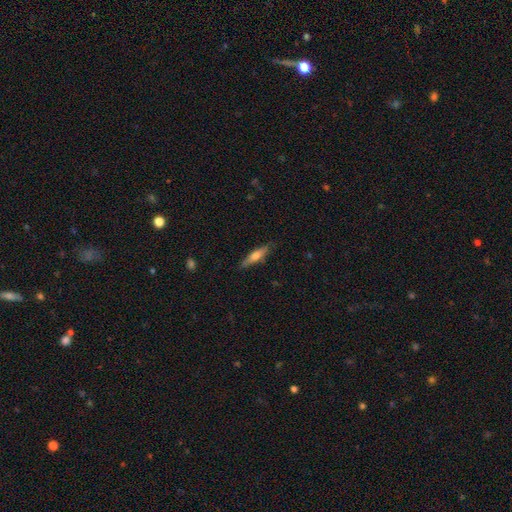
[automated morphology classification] The model was most divided on "smooth or featured": smooth: 51%, featured or disk: 43%, star or artifact: 6%. More confident: merging — none (85%); how rounded — cigar-shaped (79%).